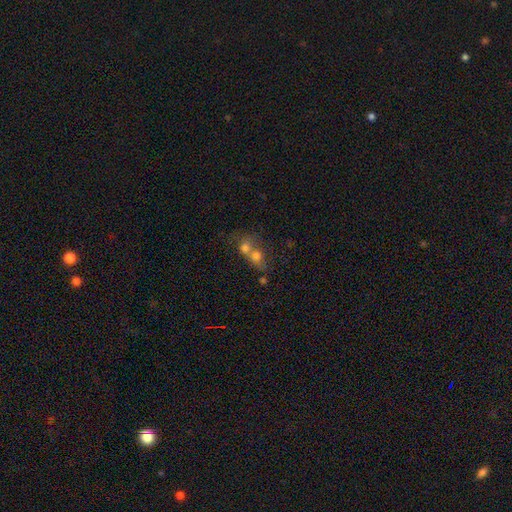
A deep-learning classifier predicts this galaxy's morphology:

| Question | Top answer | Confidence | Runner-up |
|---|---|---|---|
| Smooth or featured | smooth | 68% | featured or disk (20%) |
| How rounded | round | 63% | in between (35%) |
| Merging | merger | 72% | none (18%) |